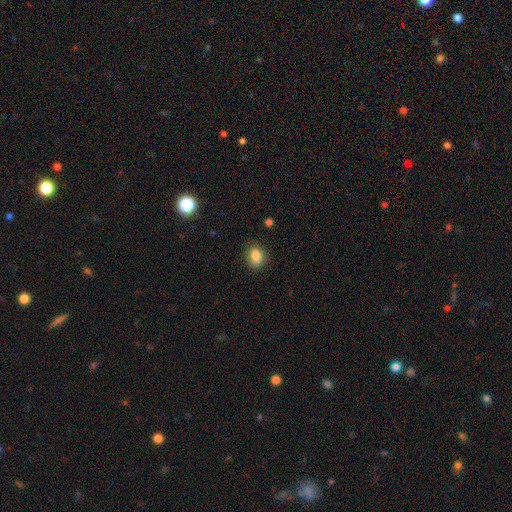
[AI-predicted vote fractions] A smooth galaxy with no disk features (82%) that is in between round and cigar-shaped (60%). Merging: none (78%).